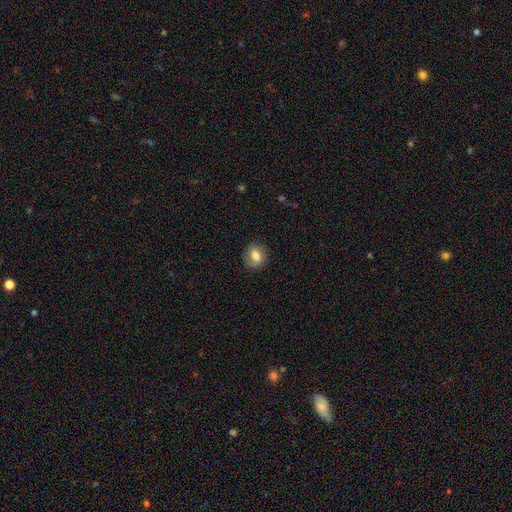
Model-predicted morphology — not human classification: Smooth or featured: smooth — 59% (featured or disk — 32%)
How rounded: round — 54% (in between — 44%)
Merging: none — 77% (minor disturbance — 16%)